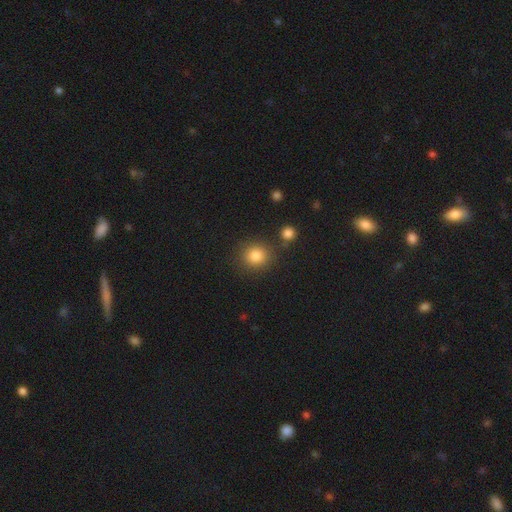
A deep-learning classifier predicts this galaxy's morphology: Smooth or featured?
  - smooth: 84% *
  - star or artifact: 11%
  - featured or disk: 5%
How rounded?
  - round: 86% *
  - in between: 13%
  - cigar-shaped: 1%
Merging?
  - none: 83% *
  - minor disturbance: 8%
  - merger: 6%
  - major disturbance: 3%